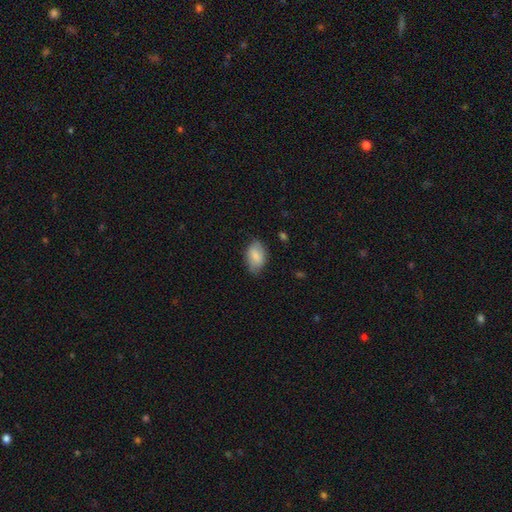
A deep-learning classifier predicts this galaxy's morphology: Overall: smooth (77%). How rounded: in between (89%). Merging: none (68%).